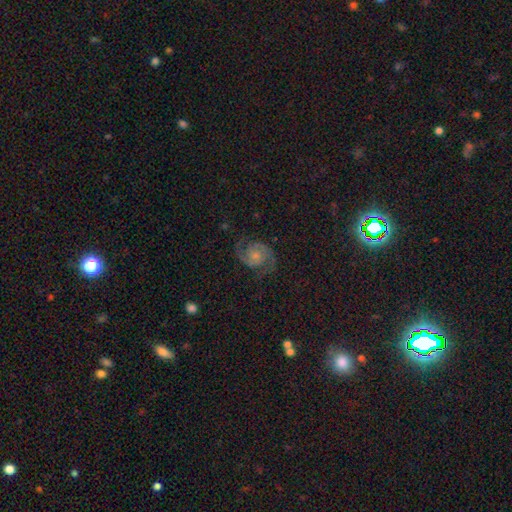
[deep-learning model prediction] smooth-or-featured: featured or disk: 86% | smooth: 7% | star or artifact: 7%
  disk-edge-on: no: 98% | yes: 2%
    bar: no: 72% | weak: 23% | strong: 4%
    has-spiral-arms: yes: 97% | no: 3%
      spiral-winding: medium: 52% | tight: 28% | loose: 20%
      spiral-arm-count: 2: 93% | can't tell: 2% | 3: 1% | 1: 1% | 4: 1% | more than 4: 1%
    bulge-size: small: 46% | moderate: 40% | none: 8% | large: 5% | dominant: 2%
  merging: none: 75% | minor disturbance: 14% | major disturbance: 9% | merger: 1%